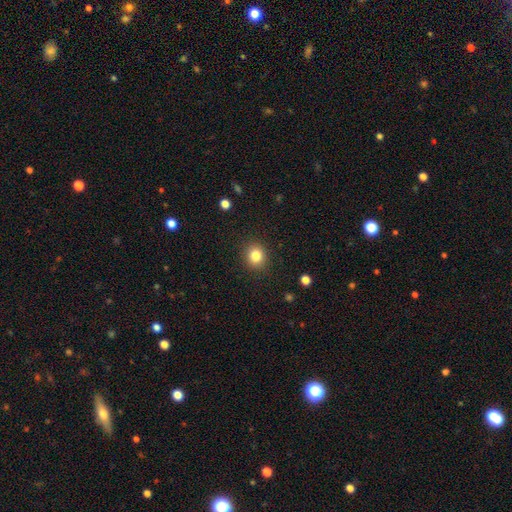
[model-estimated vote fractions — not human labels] This appears to be a smooth galaxy with no disk features (83%) that is round (81%). Merging: none (90%).